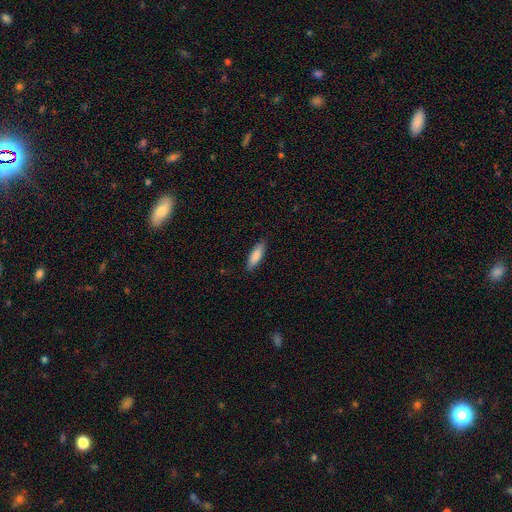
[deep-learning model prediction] This is clearly a smooth galaxy (85%). How rounded: possibly in between (54%). Merging: clearly none (87%).